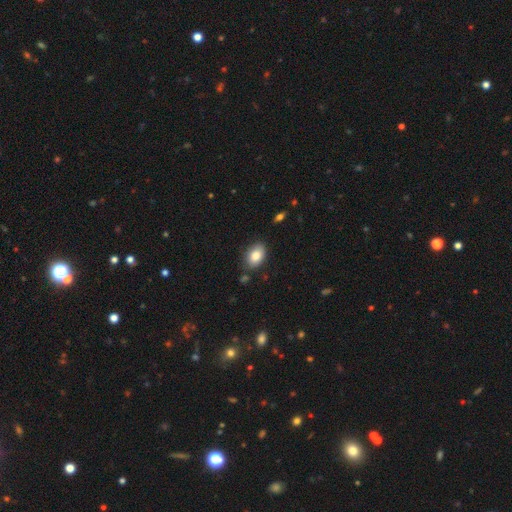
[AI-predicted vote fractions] Overall: smooth (84%). How rounded: in between (85%). Merging: none (81%).